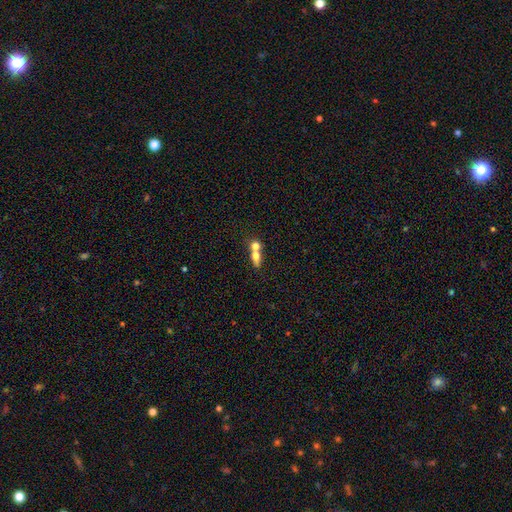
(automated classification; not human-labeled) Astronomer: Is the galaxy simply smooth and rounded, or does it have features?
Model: smooth — 68%.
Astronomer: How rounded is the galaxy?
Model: in between — 55% (runner-up: round, 30%).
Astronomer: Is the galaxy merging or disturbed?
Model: merger — 64%.